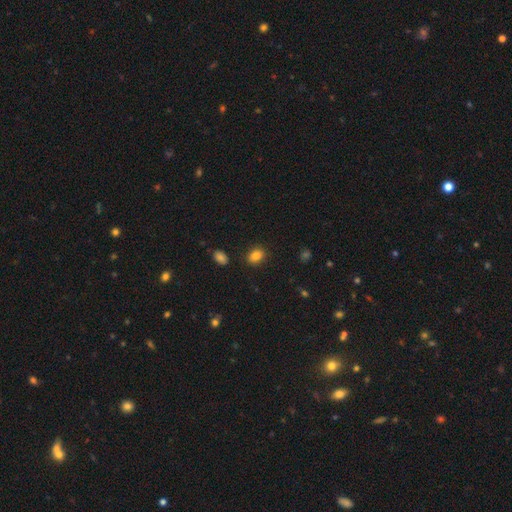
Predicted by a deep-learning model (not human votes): smooth_or_featured: smooth (p=0.85) [alt: star or artifact p=0.10]
how_rounded: in between (p=0.67) [alt: round p=0.32]
merging: none (p=0.87) [alt: minor disturbance p=0.09]